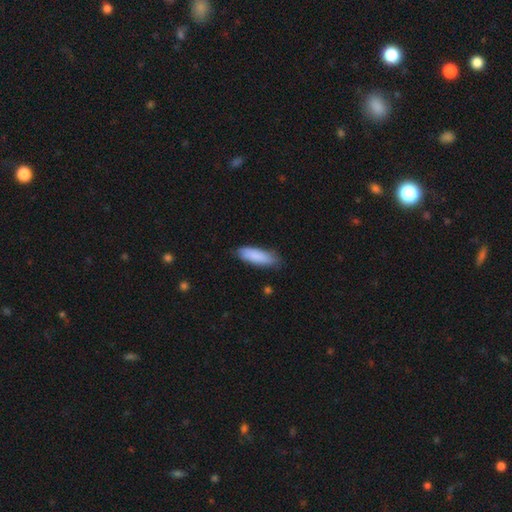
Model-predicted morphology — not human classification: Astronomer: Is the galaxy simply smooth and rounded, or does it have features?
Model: smooth — 86%.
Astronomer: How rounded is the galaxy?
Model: in between — 56% (runner-up: cigar-shaped, 43%).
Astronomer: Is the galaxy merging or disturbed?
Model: none — 77%.